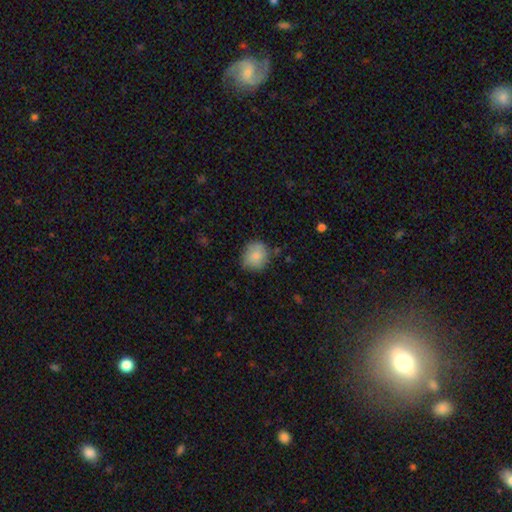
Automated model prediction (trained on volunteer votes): Smooth or featured? Predicted: smooth (p=0.83). How rounded? Predicted: round (p=0.80). Merging? Predicted: none (p=0.73).